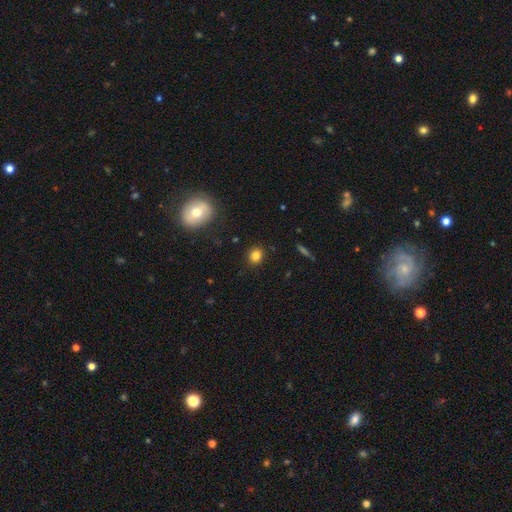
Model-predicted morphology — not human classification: Smooth or featured?
  - smooth: 82% *
  - star or artifact: 12%
  - featured or disk: 6%
How rounded?
  - round: 73% *
  - in between: 25%
  - cigar-shaped: 1%
Merging?
  - none: 88% *
  - minor disturbance: 8%
  - major disturbance: 2%
  - merger: 2%